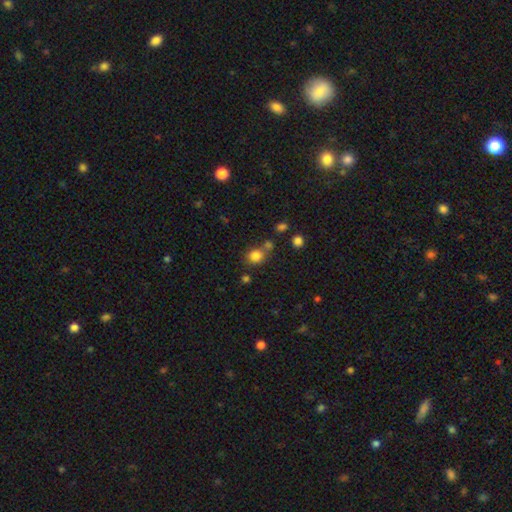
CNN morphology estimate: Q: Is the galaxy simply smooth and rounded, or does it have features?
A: smooth — 81%.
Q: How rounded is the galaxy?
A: round — 79%.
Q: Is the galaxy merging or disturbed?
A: none — 63%.